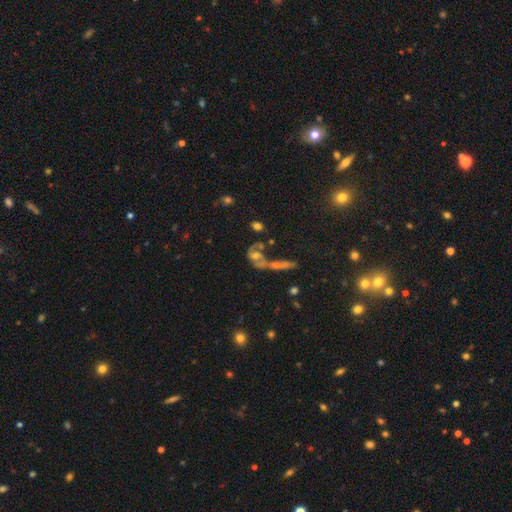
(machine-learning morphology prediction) A featured or disk galaxy (53%). Merging: merger (47%).